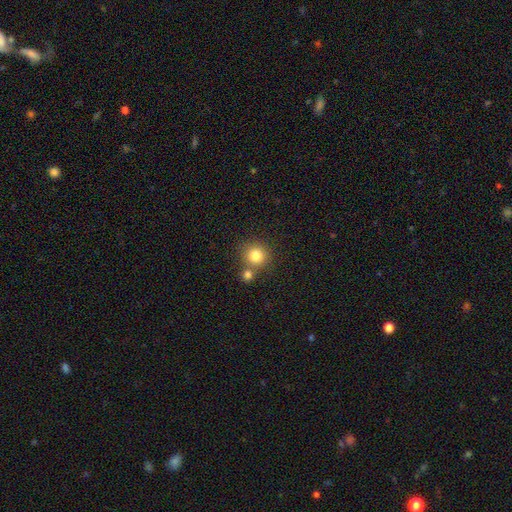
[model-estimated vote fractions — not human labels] Smooth or featured? smooth (81%)
How rounded? round (91%)
Merging? none (65%)